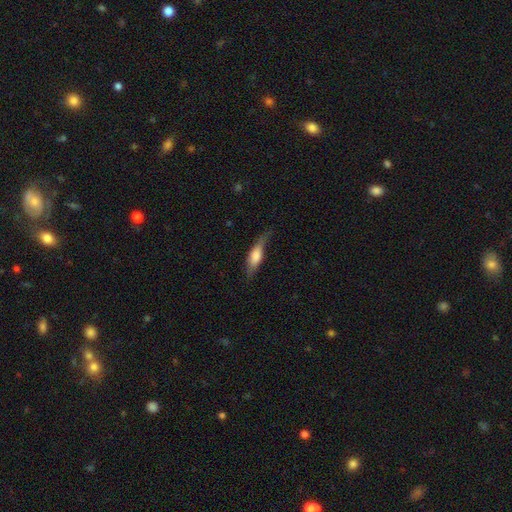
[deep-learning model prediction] Smooth or featured?
  - smooth: 58% *
  - featured or disk: 36%
  - star or artifact: 6%
How rounded?
  - cigar-shaped: 51% *
  - in between: 46%
  - round: 3%
Merging?
  - none: 63% *
  - minor disturbance: 27%
  - major disturbance: 9%
  - merger: 2%